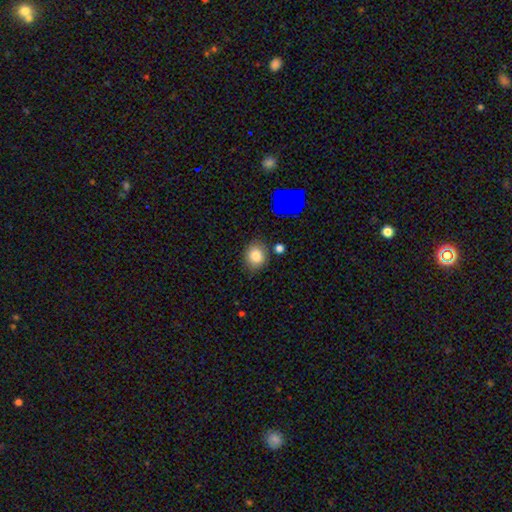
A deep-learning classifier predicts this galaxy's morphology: Q: Smooth or featured?
A: smooth (80%); runner-up: star or artifact (12%)
Q: How rounded?
A: round (63%); runner-up: in between (36%)
Q: Merging?
A: none (80%); runner-up: minor disturbance (12%)